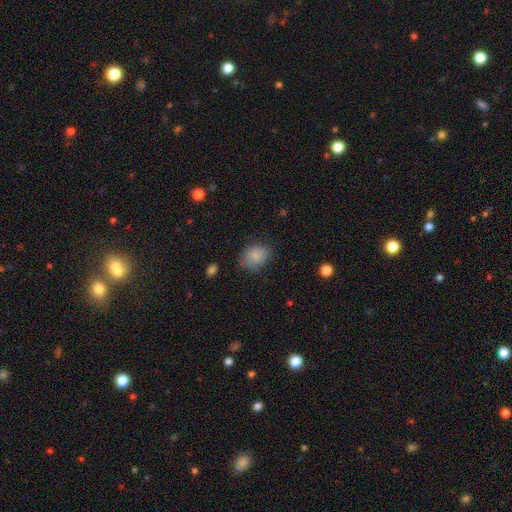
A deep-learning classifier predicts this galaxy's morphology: Smooth or featured?
  - smooth: 85% *
  - star or artifact: 8%
  - featured or disk: 7%
How rounded?
  - in between: 62% *
  - round: 37%
  - cigar-shaped: 1%
Merging?
  - none: 74% *
  - minor disturbance: 19%
  - major disturbance: 5%
  - merger: 1%